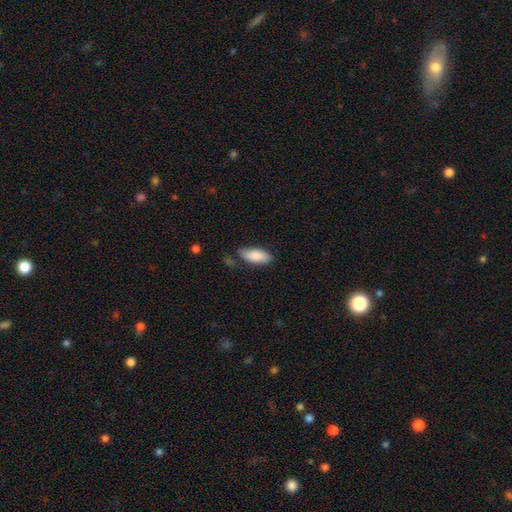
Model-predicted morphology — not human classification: A smooth galaxy with no disk features (86%) that is in between round and cigar-shaped (83%). Merging: none (69%).